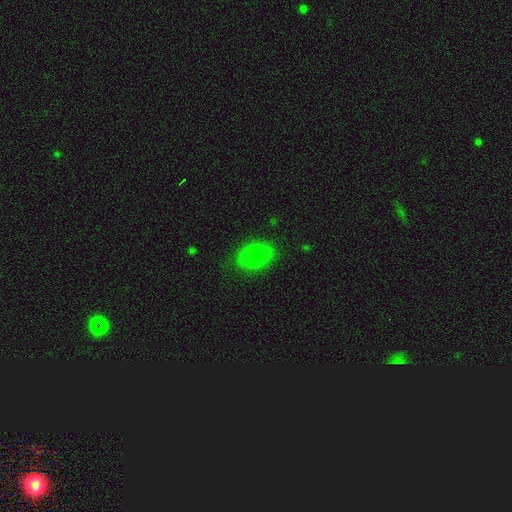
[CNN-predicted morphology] type=smooth (84%); roundness=in between (88%); merging=none (83%).